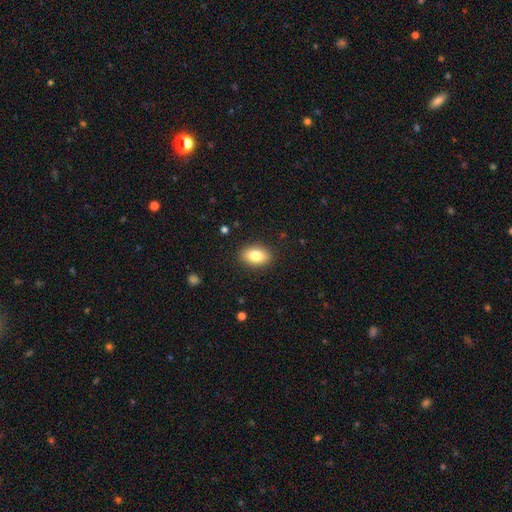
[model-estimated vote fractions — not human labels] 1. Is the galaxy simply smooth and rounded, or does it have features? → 82% smooth, 10% featured or disk, 8% star or artifact.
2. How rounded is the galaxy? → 87% in between, 11% round, 2% cigar-shaped.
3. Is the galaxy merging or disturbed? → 89% none, 8% minor disturbance, 2% major disturbance, 1% merger.